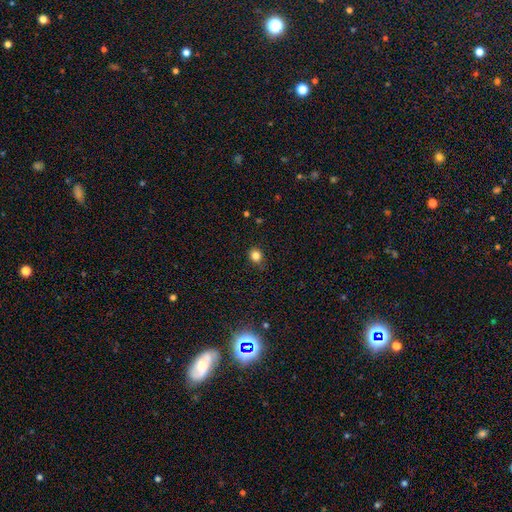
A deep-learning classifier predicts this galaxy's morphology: Smooth or featured? smooth (83%)
How rounded? round (78%)
Merging? none (85%)